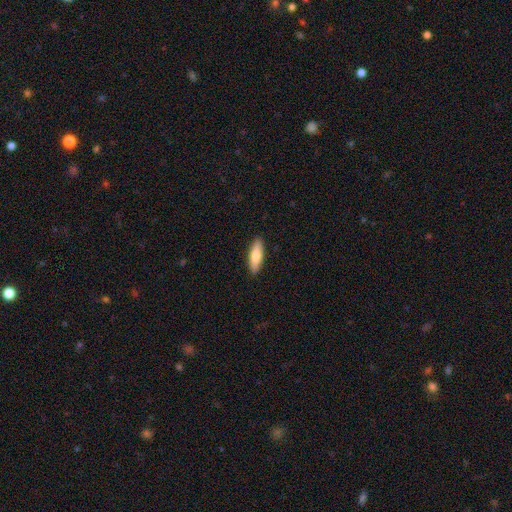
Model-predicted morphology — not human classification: Smooth or featured: smooth — 74% (featured or disk — 20%)
How rounded: cigar-shaped — 53% (in between — 45%)
Merging: none — 90% (minor disturbance — 7%)